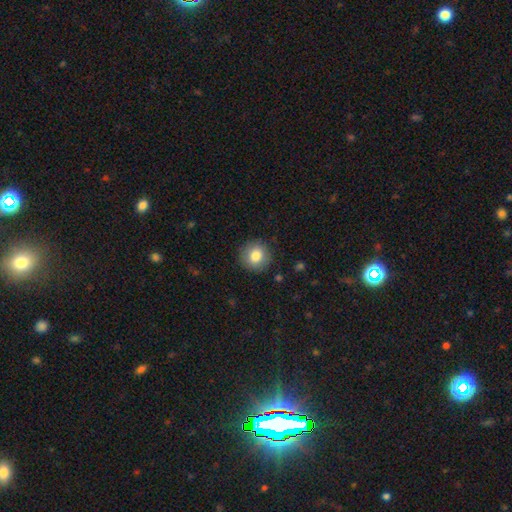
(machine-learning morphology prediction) Overall: smooth (83%). How rounded: round (92%). Merging: none (89%).